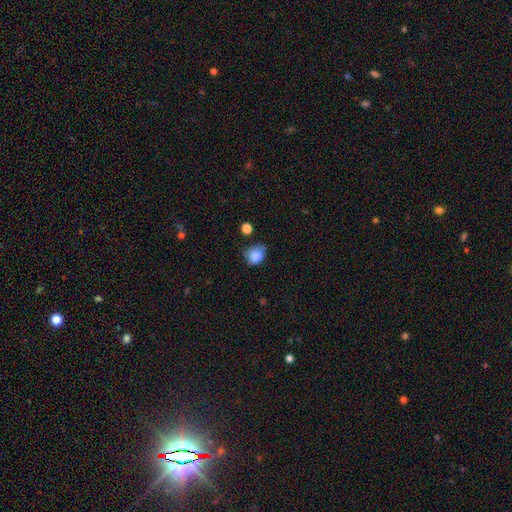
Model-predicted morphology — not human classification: smooth 81%, star or artifact 10%, featured or disk 9%. Down the decision tree: how rounded — round (58%); merging — none (42%).